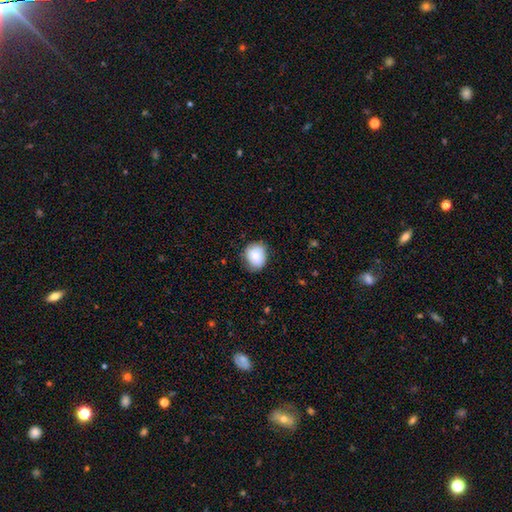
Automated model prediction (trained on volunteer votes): Smooth or featured?
  - smooth: 85% *
  - featured or disk: 8%
  - star or artifact: 7%
How rounded?
  - round: 54% *
  - in between: 45%
  - cigar-shaped: 1%
Merging?
  - none: 74% *
  - minor disturbance: 21%
  - major disturbance: 4%
  - merger: 1%